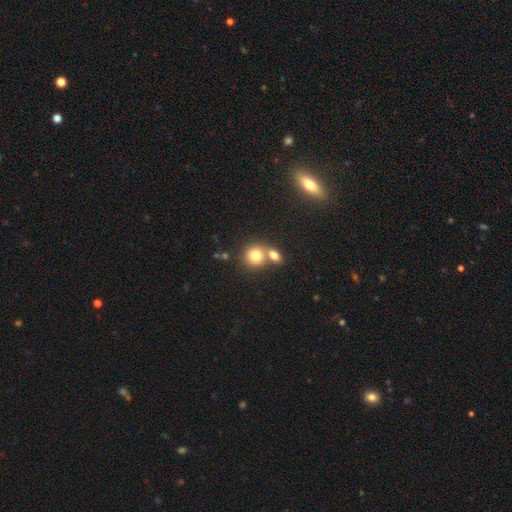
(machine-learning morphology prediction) Smooth or featured? smooth (78%)
How rounded? round (80%)
Merging? merger (50%)